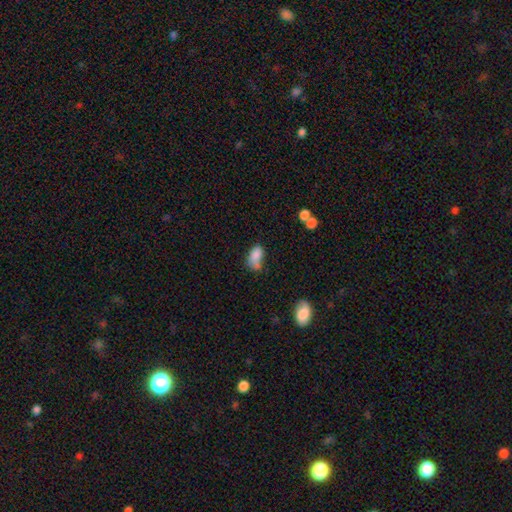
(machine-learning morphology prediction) This appears to be a smooth galaxy with no disk features (79%) that is in between round and cigar-shaped (89%). Merging: none (31%).